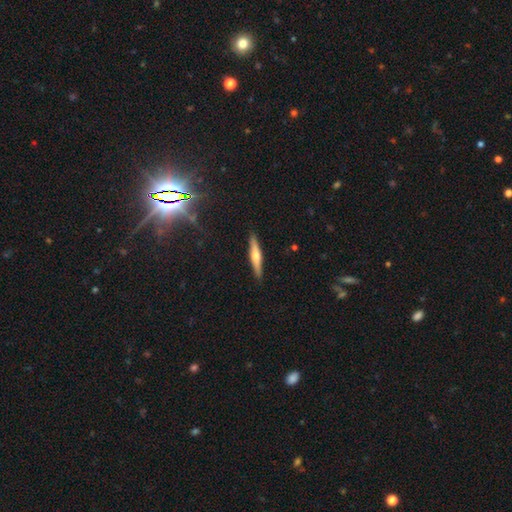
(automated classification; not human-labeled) A featured or disk galaxy (52%) viewed edge-on (95%). Merging: none (90%).